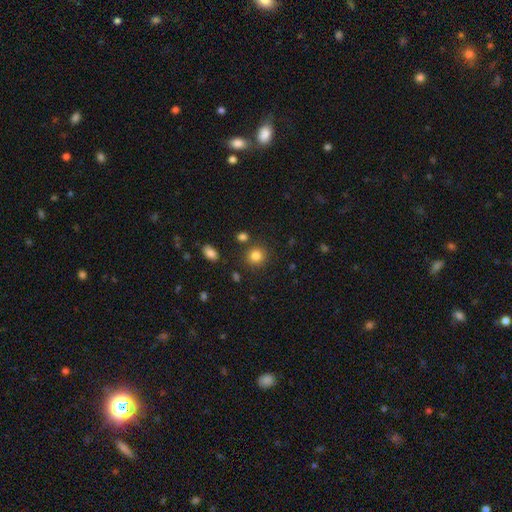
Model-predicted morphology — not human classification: This is clearly a smooth galaxy (83%). How rounded: clearly round (86%). Merging: clearly none (84%).